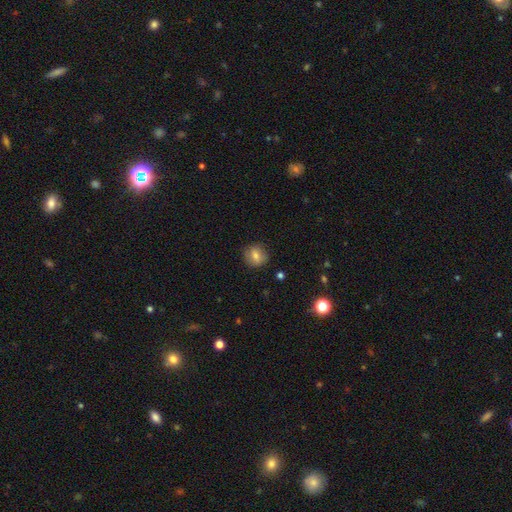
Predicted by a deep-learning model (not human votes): Smooth or featured?
  - smooth: 72% *
  - featured or disk: 18%
  - star or artifact: 10%
How rounded?
  - round: 84% *
  - in between: 15%
  - cigar-shaped: 1%
Merging?
  - none: 84% *
  - minor disturbance: 12%
  - major disturbance: 3%
  - merger: 1%